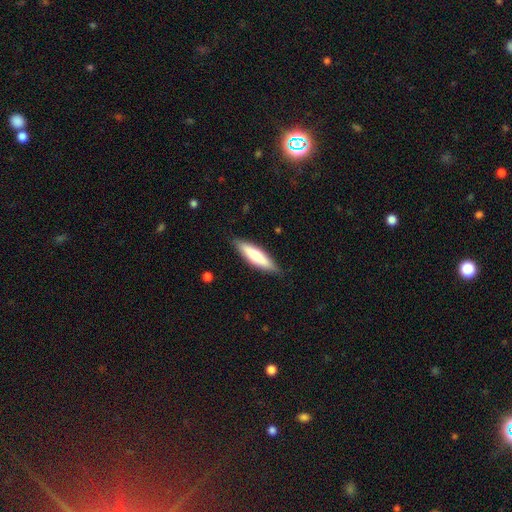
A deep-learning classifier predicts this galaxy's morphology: Smooth or featured? Predicted: smooth (p=0.67). How rounded? Predicted: cigar-shaped (p=0.75). Merging? Predicted: none (p=0.86).